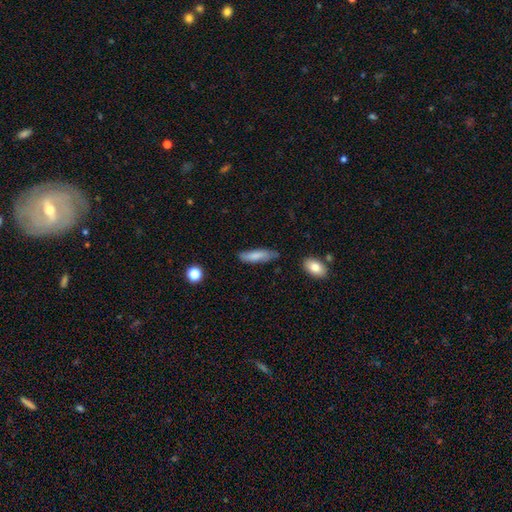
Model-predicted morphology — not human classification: Overall: smooth (77%). How rounded: cigar-shaped (57%; in between 41%). Merging: none (70%).